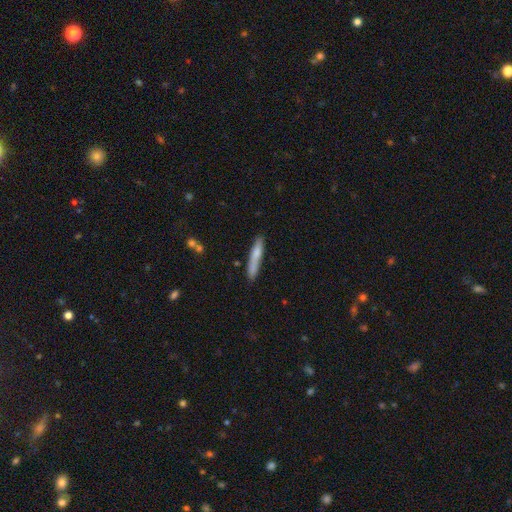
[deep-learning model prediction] smooth 68%, featured or disk 26%, star or artifact 6%. Down the decision tree: how rounded — cigar-shaped (92%); merging — none (78%).